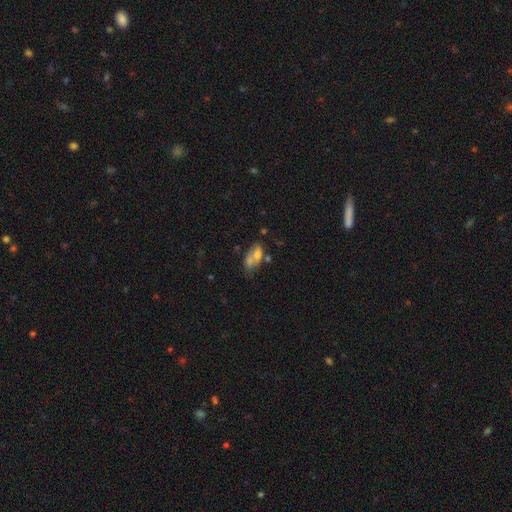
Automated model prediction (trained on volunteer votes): Smooth or featured?
  - smooth: 59% *
  - featured or disk: 30%
  - star or artifact: 11%
How rounded?
  - in between: 85% *
  - cigar-shaped: 8%
  - round: 7%
Merging?
  - merger: 39% *
  - none: 33%
  - minor disturbance: 17%
  - major disturbance: 11%